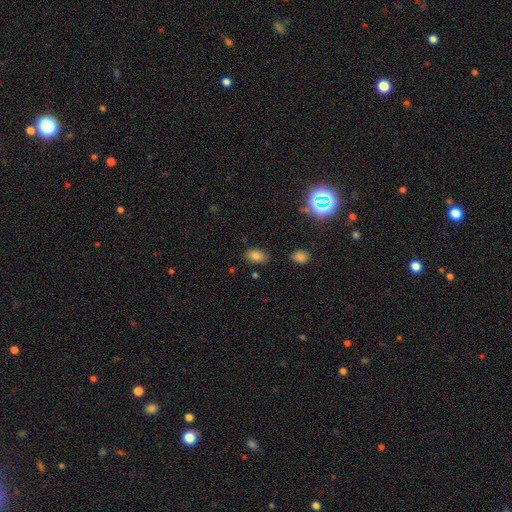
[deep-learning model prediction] smooth-or-featured: smooth: 79% | star or artifact: 13% | featured or disk: 8%
  how-rounded: in between: 85% | round: 14% | cigar-shaped: 1%
  merging: none: 81% | minor disturbance: 12% | major disturbance: 3% | merger: 3%